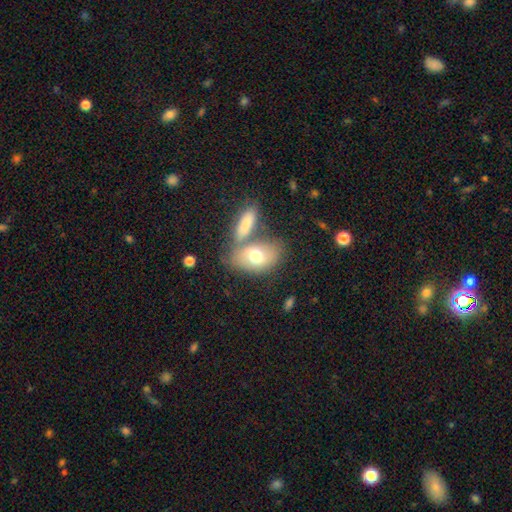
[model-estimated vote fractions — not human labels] A smooth galaxy with no disk features (69%) that is in between round and cigar-shaped (85%). Merging: none (45%).